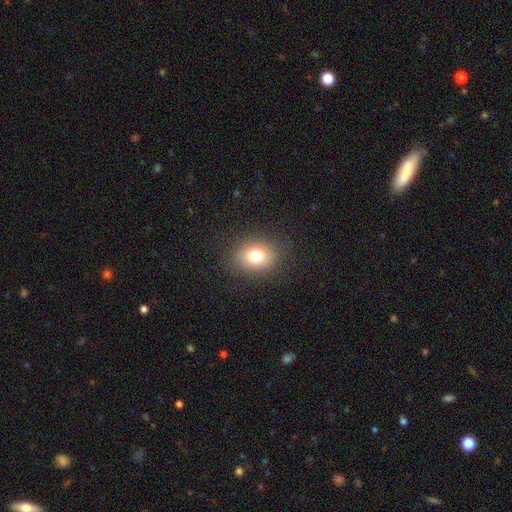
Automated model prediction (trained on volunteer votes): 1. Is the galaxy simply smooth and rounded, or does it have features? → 78% smooth, 12% star or artifact, 10% featured or disk.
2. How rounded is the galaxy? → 55% in between, 44% round, 1% cigar-shaped.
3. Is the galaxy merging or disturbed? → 86% none, 9% minor disturbance, 4% major disturbance, 1% merger.